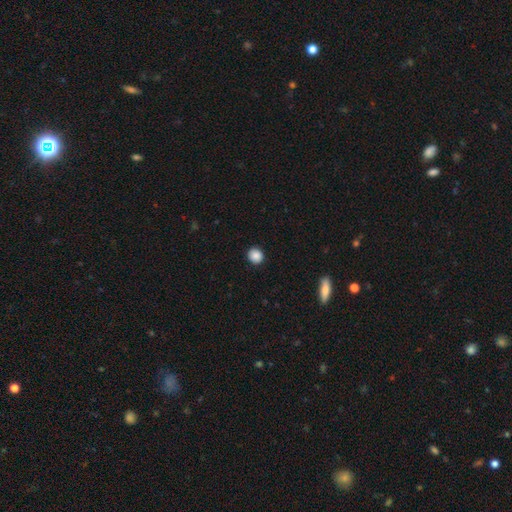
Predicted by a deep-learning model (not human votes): Smooth or featured? smooth (87%)
How rounded? round (89%)
Merging? none (91%)